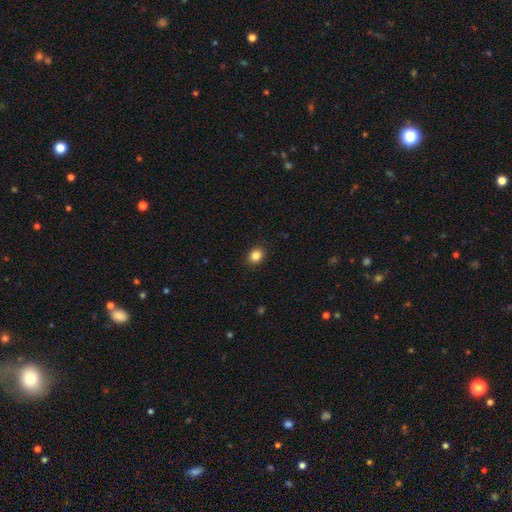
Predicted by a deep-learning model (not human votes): smooth 86%, star or artifact 10%, featured or disk 4%. Down the decision tree: how rounded — round (57%); merging — none (89%).